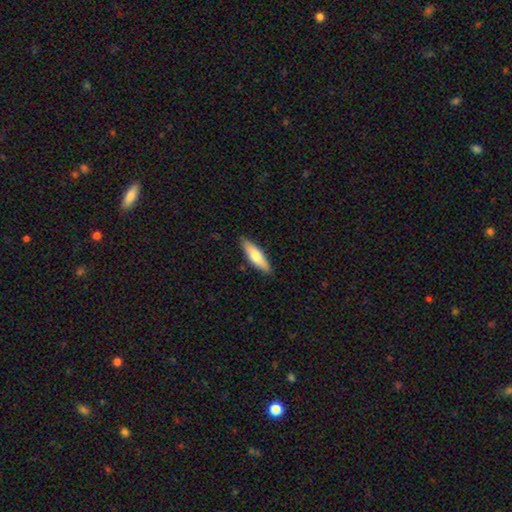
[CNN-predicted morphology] A smooth galaxy with no disk features (69%) that is cigar-shaped (61%). Merging: none (88%).